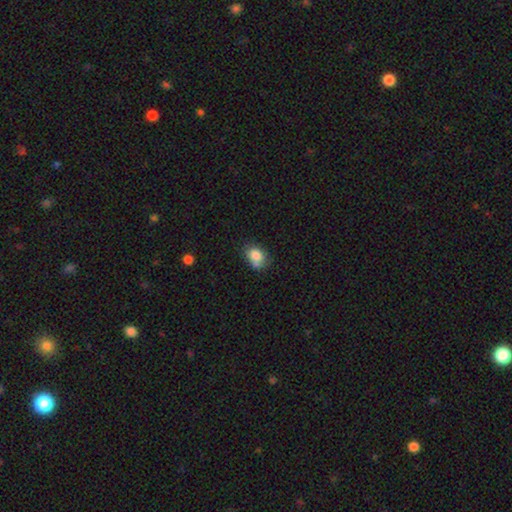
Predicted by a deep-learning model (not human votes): smooth-or-featured: smooth: 82% | featured or disk: 9% | star or artifact: 9%
  how-rounded: in between: 62% | round: 37% | cigar-shaped: 1%
  merging: none: 53% | minor disturbance: 24% | merger: 15% | major disturbance: 7%